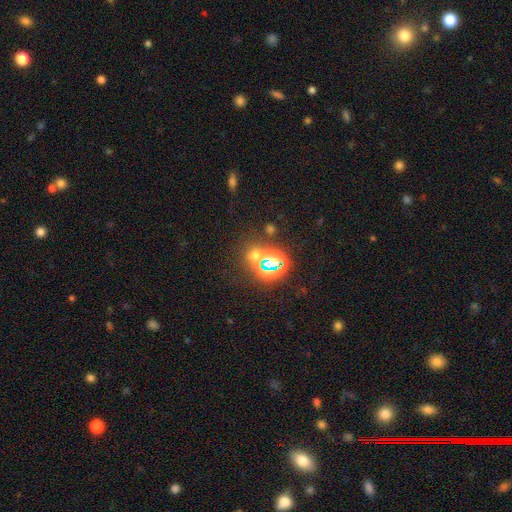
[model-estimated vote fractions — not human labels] This is possibly a star or artifact rather than a galaxy (57%).